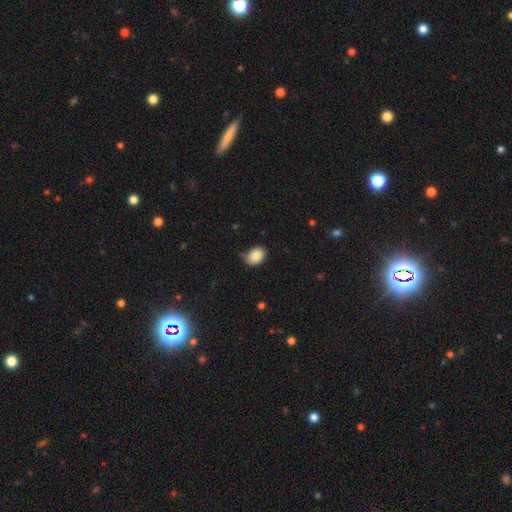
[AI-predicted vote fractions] Morphology: type=smooth (86%); roundness=in between (69%); merging=none (62%).